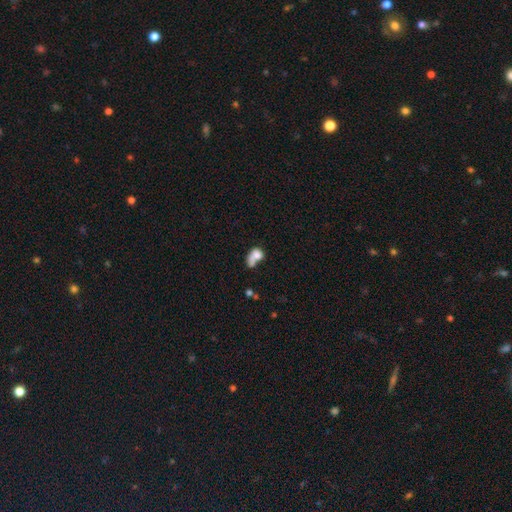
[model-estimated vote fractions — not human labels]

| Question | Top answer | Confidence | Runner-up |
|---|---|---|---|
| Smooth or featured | smooth | 68% | featured or disk (21%) |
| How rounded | in between | 64% | round (33%) |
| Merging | merger | 50% | major disturbance (19%) |